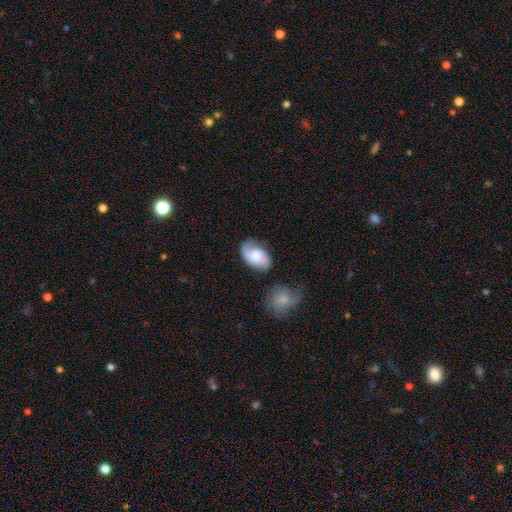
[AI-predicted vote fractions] smooth_or_featured: smooth (p=0.51) [alt: featured or disk p=0.42]
how_rounded: in between (p=0.89) [alt: round p=0.10]
merging: none (p=0.59) [alt: minor disturbance p=0.25]